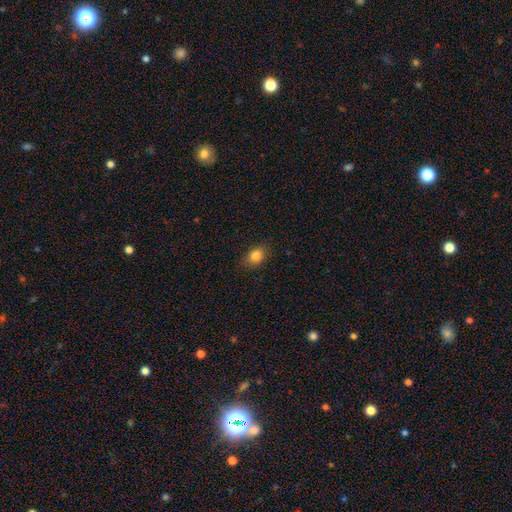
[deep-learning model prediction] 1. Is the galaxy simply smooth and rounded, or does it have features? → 84% smooth, 10% star or artifact, 6% featured or disk.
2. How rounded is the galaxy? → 65% in between, 34% round, 1% cigar-shaped.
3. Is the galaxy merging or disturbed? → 85% none, 11% minor disturbance, 3% major disturbance, 1% merger.